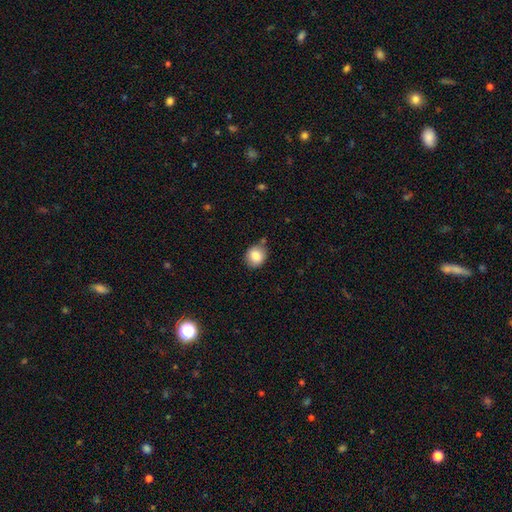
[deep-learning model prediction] Overall: smooth (84%). How rounded: round (79%). Merging: none (76%).